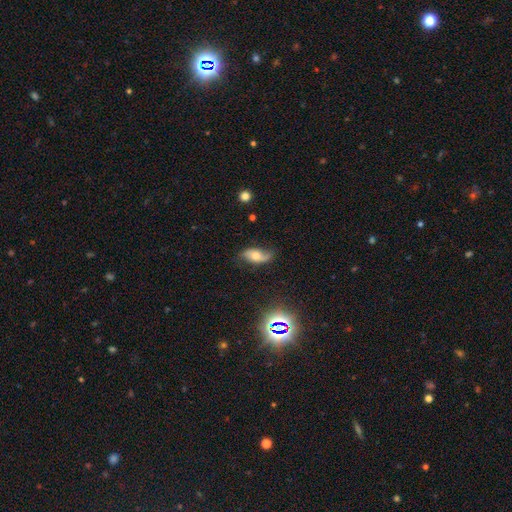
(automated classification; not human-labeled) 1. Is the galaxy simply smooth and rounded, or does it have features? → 56% featured or disk, 33% smooth, 11% star or artifact.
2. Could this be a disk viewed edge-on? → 90% no, 10% yes.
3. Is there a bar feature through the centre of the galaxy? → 71% no, 22% weak, 7% strong.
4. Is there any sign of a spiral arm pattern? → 85% yes, 15% no.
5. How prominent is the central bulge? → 66% moderate, 21% small, 9% large, 2% none, 2% dominant.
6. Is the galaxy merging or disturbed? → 64% none, 26% minor disturbance, 9% major disturbance, 2% merger.